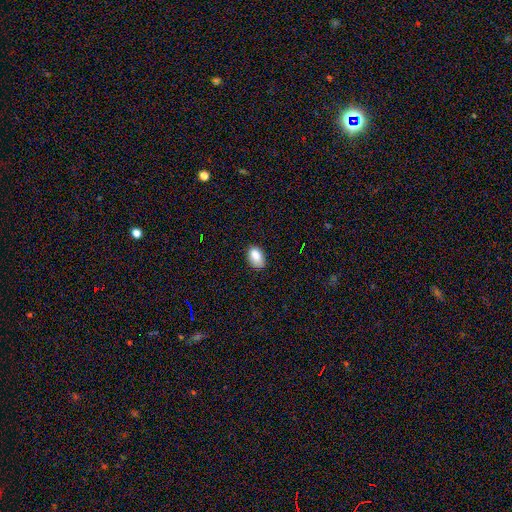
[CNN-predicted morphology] Smooth or featured? smooth (86%)
How rounded? in between (90%)
Merging? none (80%)